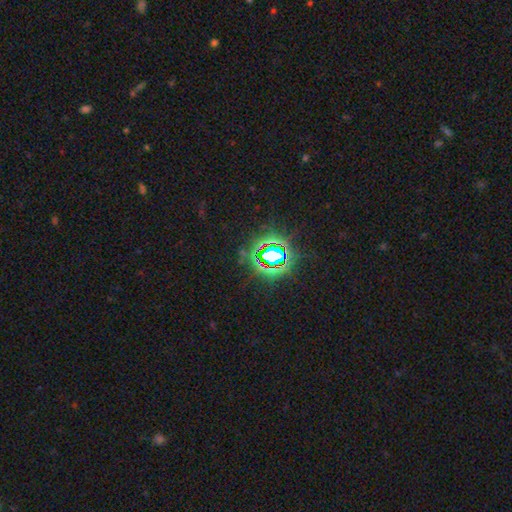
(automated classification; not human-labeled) smooth-or-featured: star or artifact: 79% | smooth: 14% | featured or disk: 7%